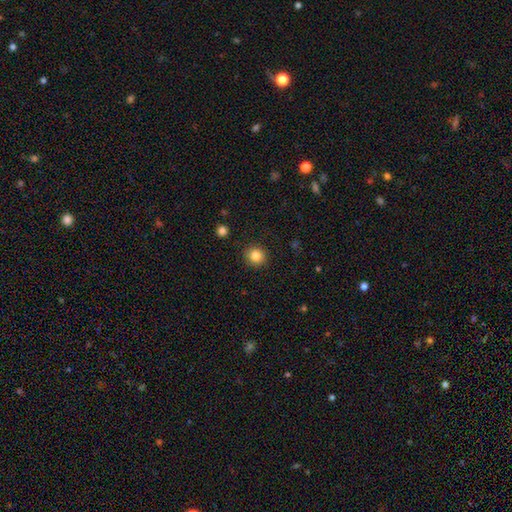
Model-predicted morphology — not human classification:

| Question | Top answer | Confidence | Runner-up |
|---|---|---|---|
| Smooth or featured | smooth | 83% | star or artifact (11%) |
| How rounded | round | 90% | in between (9%) |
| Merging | none | 91% | minor disturbance (6%) |